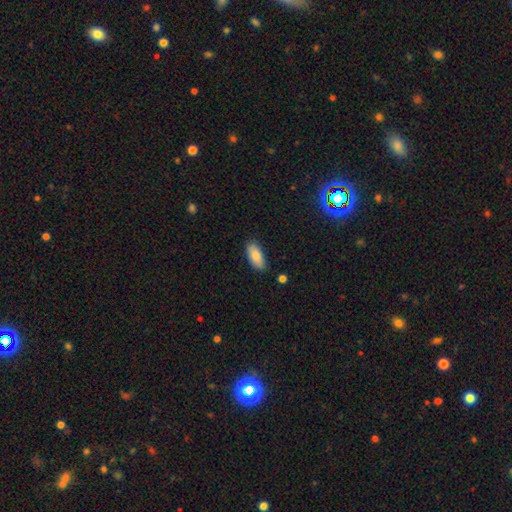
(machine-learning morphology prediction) Overall: smooth (85%). How rounded: in between (87%). Merging: none (82%).